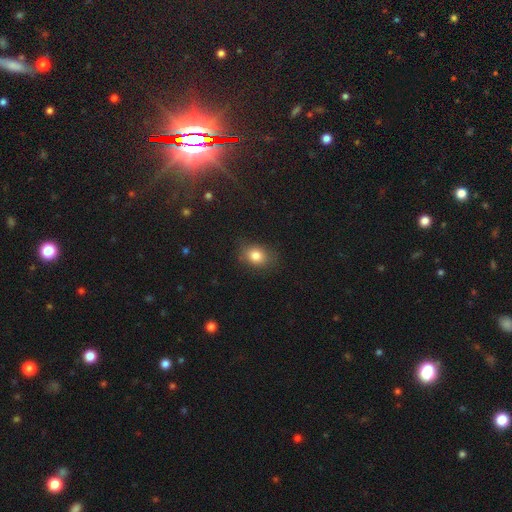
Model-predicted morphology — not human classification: Overall: smooth (82%). How rounded: in between (58%; round 41%). Merging: none (77%).